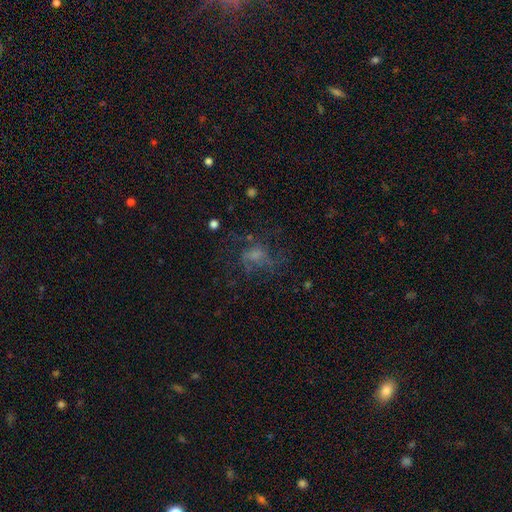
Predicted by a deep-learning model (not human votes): This appears to be a featured or disk galaxy (43%). Merging: none (47%).